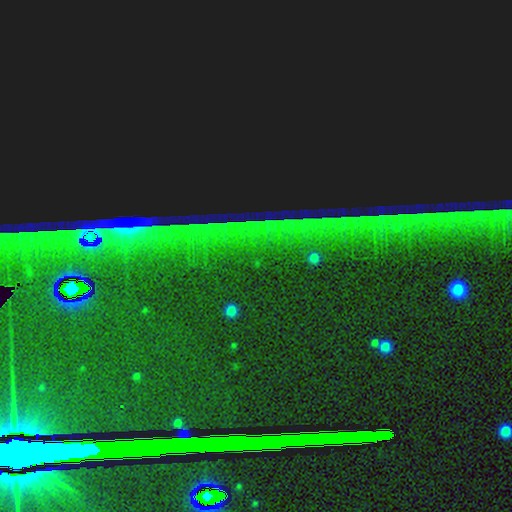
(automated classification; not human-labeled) Q: Smooth or featured?
A: star or artifact (88%); runner-up: featured or disk (6%)